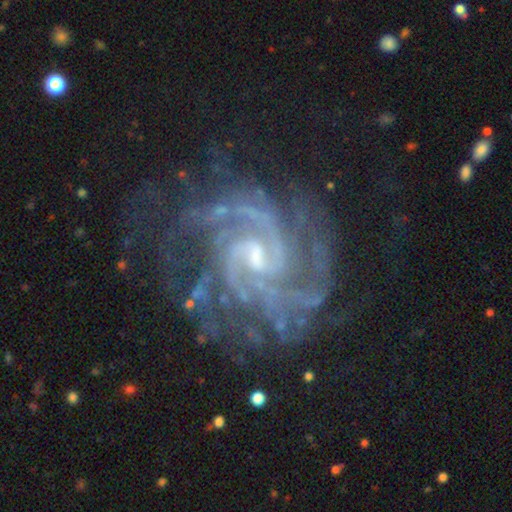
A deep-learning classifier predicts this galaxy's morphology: Overall: featured or disk (91%). Edge-on disk: no (98%). Bar: weak (52%; no 33%). Spiral arms: yes (98%). Spiral arm count: 2 (34%; 3 20%). Spiral winding: tight (55%; medium 39%). Bulge size: small (56%; moderate 35%). Merging: none (70%).